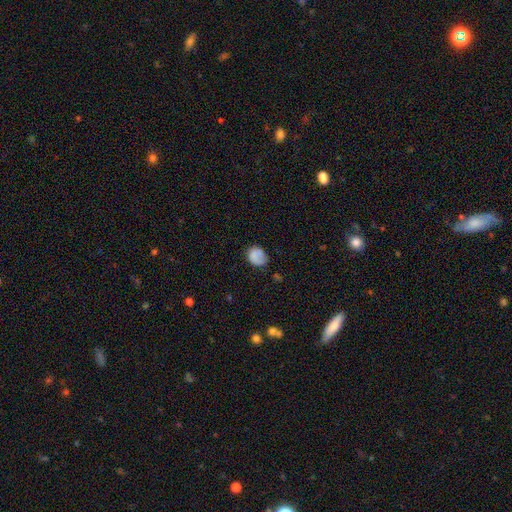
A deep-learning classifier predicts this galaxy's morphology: smooth-or-featured: smooth: 78% | featured or disk: 13% | star or artifact: 9%
  how-rounded: round: 55% | in between: 44% | cigar-shaped: 1%
  merging: none: 59% | minor disturbance: 27% | major disturbance: 11% | merger: 2%